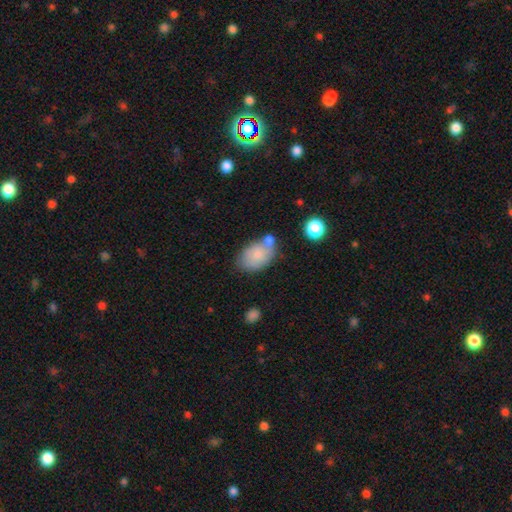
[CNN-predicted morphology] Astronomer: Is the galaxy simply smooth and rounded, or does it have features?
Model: smooth — 75%.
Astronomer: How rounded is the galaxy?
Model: in between — 87%.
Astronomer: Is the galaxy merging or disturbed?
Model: none — 48% (runner-up: merger, 23%).